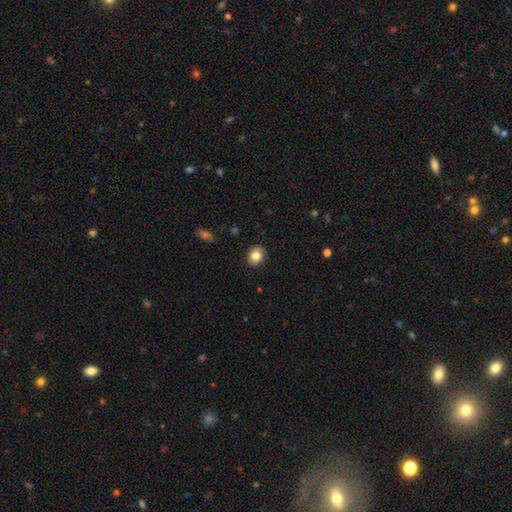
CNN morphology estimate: Smooth or featured?
  - smooth: 83% *
  - star or artifact: 9%
  - featured or disk: 7%
How rounded?
  - round: 63% *
  - in between: 36%
  - cigar-shaped: 1%
Merging?
  - none: 90% *
  - minor disturbance: 7%
  - major disturbance: 2%
  - merger: 1%